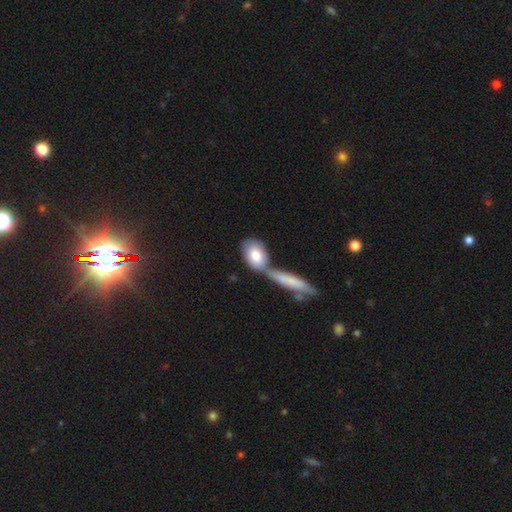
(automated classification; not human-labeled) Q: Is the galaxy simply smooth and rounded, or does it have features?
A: smooth — 78%.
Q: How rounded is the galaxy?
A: in between — 83%.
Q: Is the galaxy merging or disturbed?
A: merger — 43%.